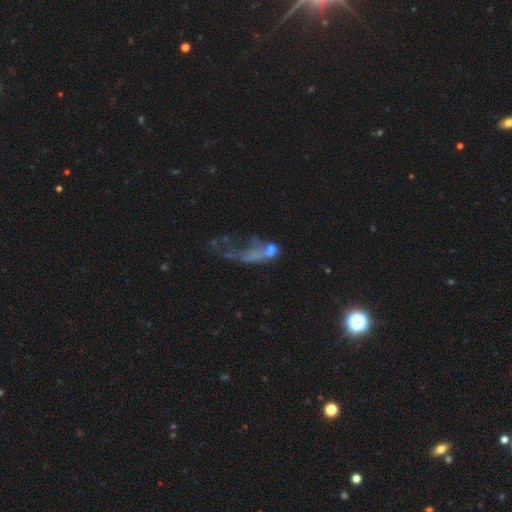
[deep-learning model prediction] smooth_or_featured: featured or disk (p=0.41) [alt: star or artifact p=0.31]
merging: major disturbance (p=0.44) [alt: none p=0.27]